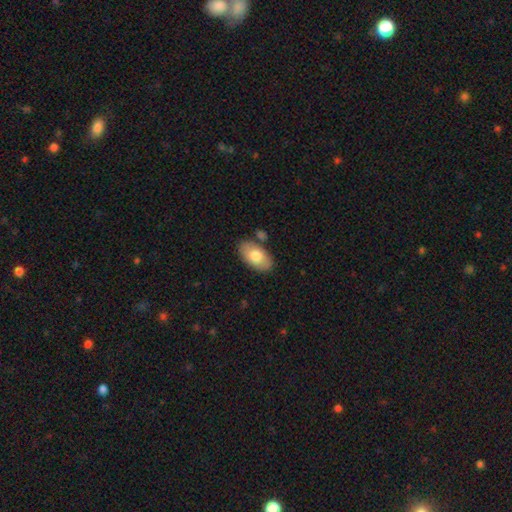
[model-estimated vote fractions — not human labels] Smooth or featured? Predicted: smooth (p=0.77). How rounded? Predicted: in between (p=0.95). Merging? Predicted: none (p=0.78).